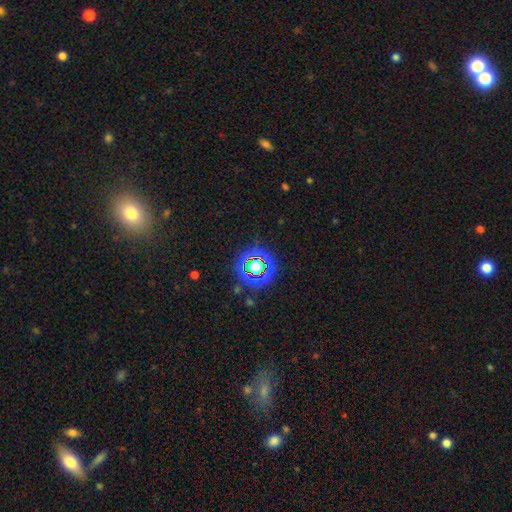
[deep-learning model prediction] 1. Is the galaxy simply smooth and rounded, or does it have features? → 75% star or artifact, 16% smooth, 9% featured or disk.